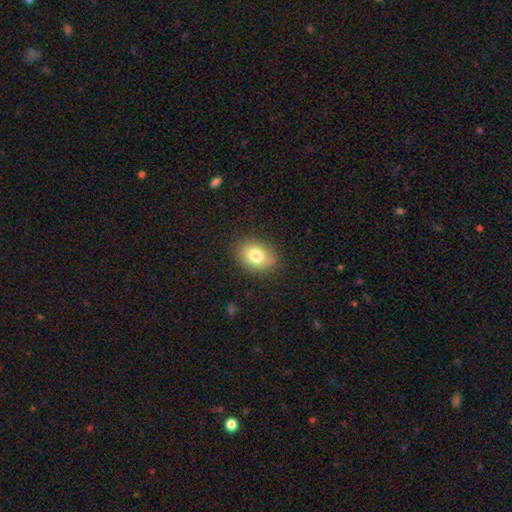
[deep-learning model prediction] A smooth galaxy with no disk features (79%) that is in between round and cigar-shaped (67%).

Vote fractions:
- Smooth or featured? smooth: 79% / featured or disk: 11% / star or artifact: 10%
- How rounded? in between: 67% / round: 32% / cigar-shaped: 1%
- Merging? none: 83% / minor disturbance: 12% / major disturbance: 3% / merger: 1%